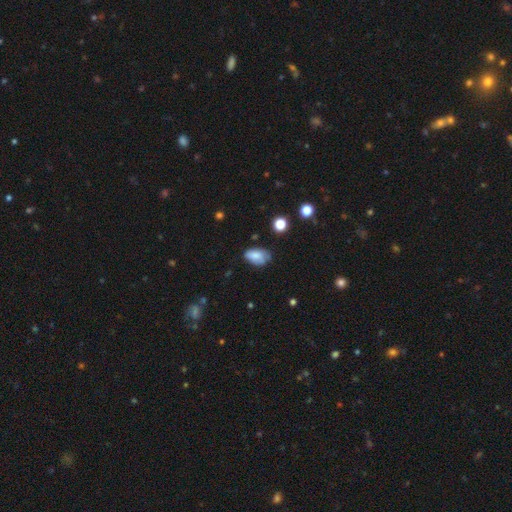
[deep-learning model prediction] This appears to be a smooth galaxy with no disk features (77%) that is in between round and cigar-shaped (90%). Merging: none (54%).